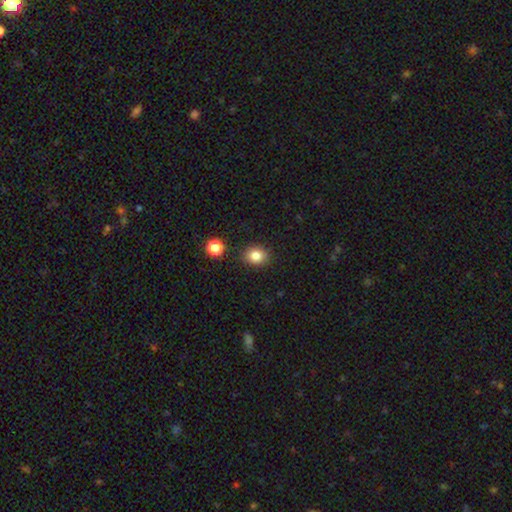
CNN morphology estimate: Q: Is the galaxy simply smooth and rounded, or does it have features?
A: smooth — 83%.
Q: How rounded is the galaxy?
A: round — 59%.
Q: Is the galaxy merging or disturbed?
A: none — 87%.